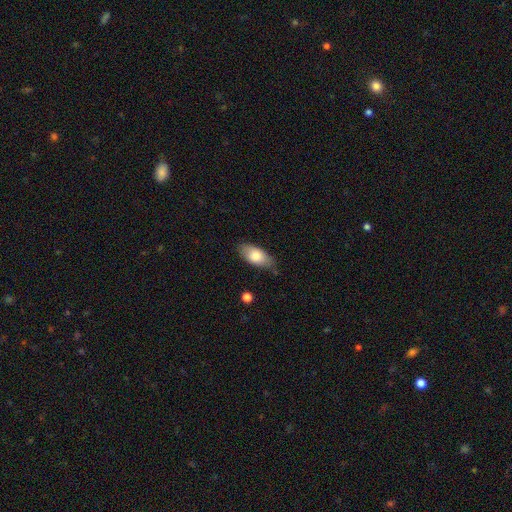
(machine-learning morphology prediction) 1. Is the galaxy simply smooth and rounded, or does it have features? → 78% smooth, 15% featured or disk, 6% star or artifact.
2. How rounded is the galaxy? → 89% in between, 8% cigar-shaped, 3% round.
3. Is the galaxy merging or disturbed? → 76% none, 19% minor disturbance, 3% major disturbance, 2% merger.